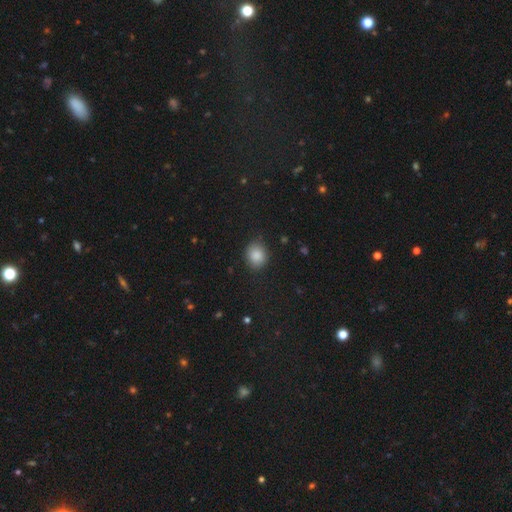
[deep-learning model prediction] A smooth galaxy with no disk features (85%) that is round (57%). Merging: none (84%).